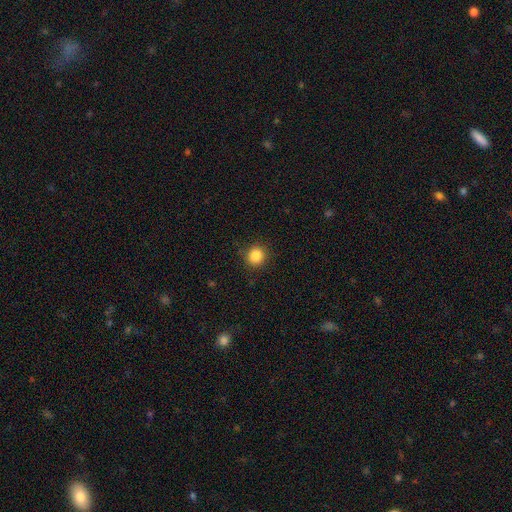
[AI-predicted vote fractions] smooth 86%, star or artifact 11%, featured or disk 4%. Down the decision tree: how rounded — round (90%); merging — none (89%).